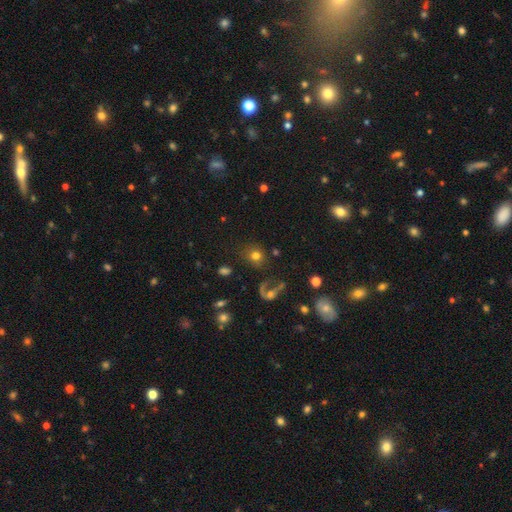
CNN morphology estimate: Overall: smooth (67%). How rounded: round (74%). Merging: none (61%).